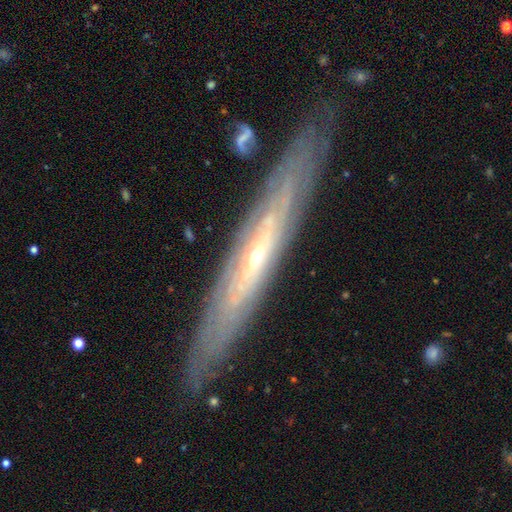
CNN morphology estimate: smooth-or-featured: featured or disk: 78% | smooth: 16% | star or artifact: 6%
  disk-edge-on: yes: 73% | no: 27%
    edge-on-bulge: rounded: 62% | none: 35% | boxy: 2%
  merging: none: 86% | minor disturbance: 10% | major disturbance: 2% | merger: 1%